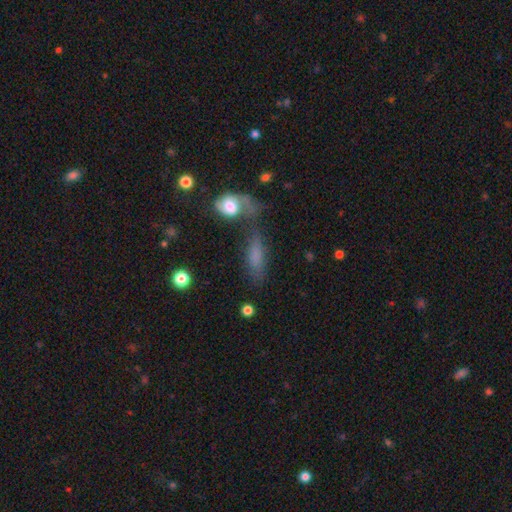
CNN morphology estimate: type=smooth (67%); roundness=in between (62%); merging=none (41%).